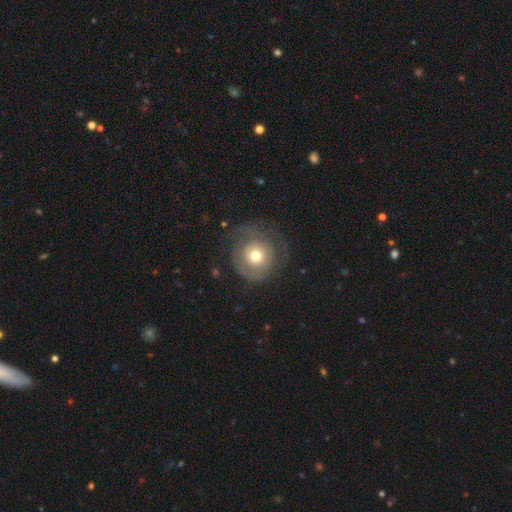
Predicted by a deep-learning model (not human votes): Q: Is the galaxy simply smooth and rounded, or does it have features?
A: smooth — 49%.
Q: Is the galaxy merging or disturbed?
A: none — 61%.